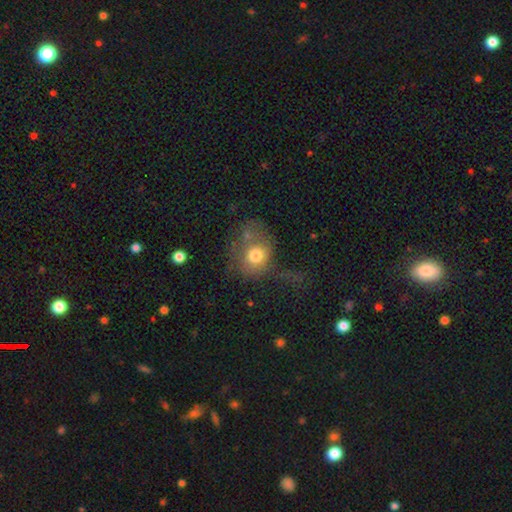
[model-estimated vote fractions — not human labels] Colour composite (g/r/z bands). It shows a smooth galaxy with no disk features (67%) that is round (62%). Merging: major disturbance (42%).